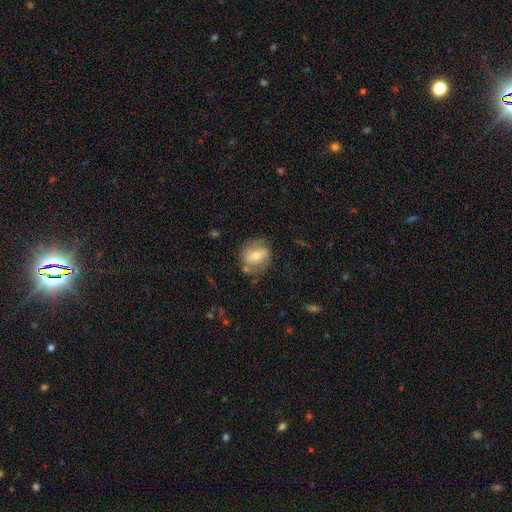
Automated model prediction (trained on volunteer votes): Smooth or featured: featured or disk — 47% (smooth — 46%)
Merging: none — 66% (minor disturbance — 20%)